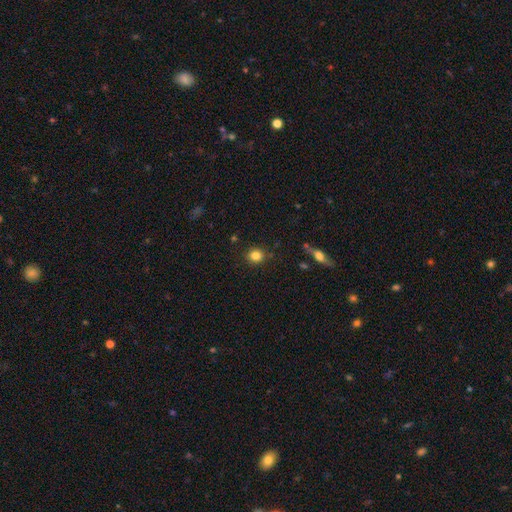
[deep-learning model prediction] This is clearly a smooth galaxy (83%). How rounded: clearly round (87%). Merging: clearly none (89%).